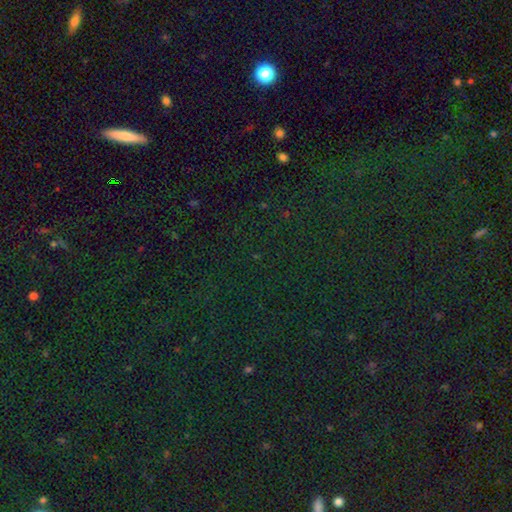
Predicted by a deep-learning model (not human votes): This appears to be a star or artifact, not a galaxy (77%).